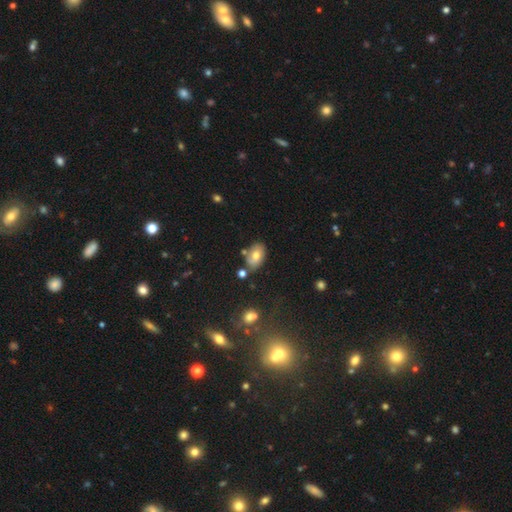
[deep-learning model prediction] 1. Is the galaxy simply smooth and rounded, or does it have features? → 67% smooth, 23% featured or disk, 10% star or artifact.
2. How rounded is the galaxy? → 87% in between, 11% round, 2% cigar-shaped.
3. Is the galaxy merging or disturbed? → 67% none, 18% minor disturbance, 11% merger, 5% major disturbance.